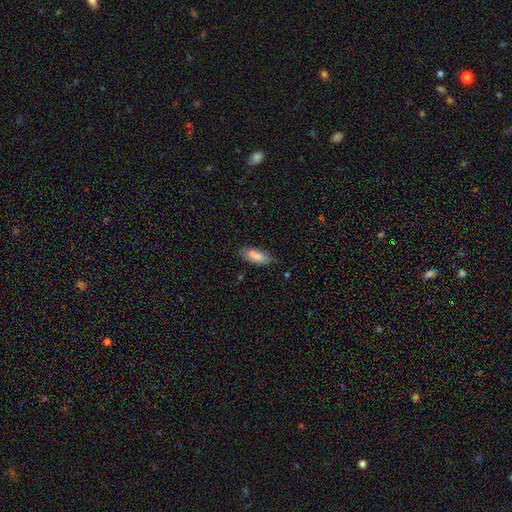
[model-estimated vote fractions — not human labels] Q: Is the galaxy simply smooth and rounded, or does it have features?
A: smooth — 81%.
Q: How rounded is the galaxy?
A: in between — 75%.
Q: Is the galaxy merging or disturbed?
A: none — 72%.